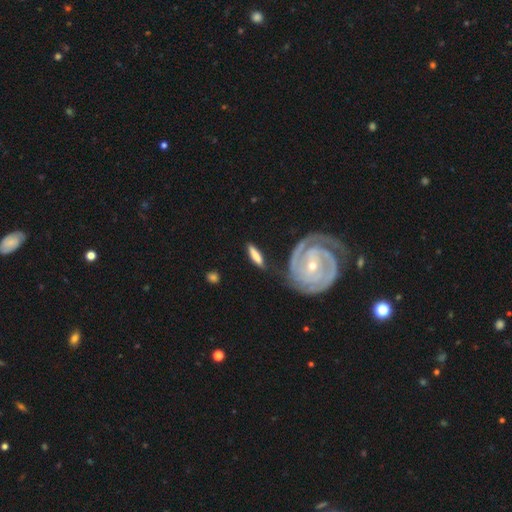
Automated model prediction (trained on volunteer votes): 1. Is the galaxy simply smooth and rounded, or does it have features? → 54% smooth, 40% featured or disk, 6% star or artifact.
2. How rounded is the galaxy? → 63% cigar-shaped, 34% in between, 3% round.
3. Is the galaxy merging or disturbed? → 74% none, 16% minor disturbance, 5% merger, 5% major disturbance.